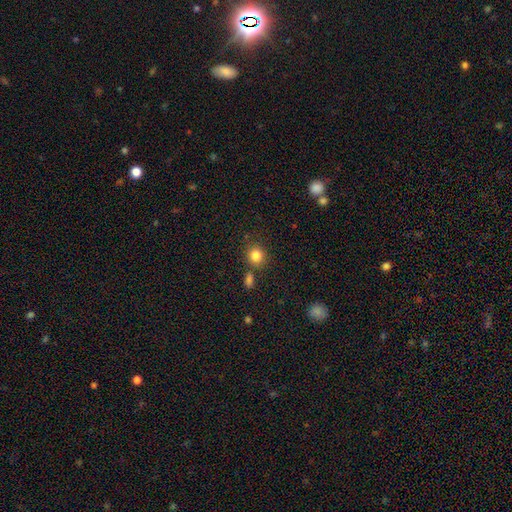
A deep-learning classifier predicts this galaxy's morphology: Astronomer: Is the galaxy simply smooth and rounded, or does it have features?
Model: smooth — 84%.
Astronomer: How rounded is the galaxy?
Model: round — 85%.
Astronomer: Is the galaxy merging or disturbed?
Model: none — 77%.